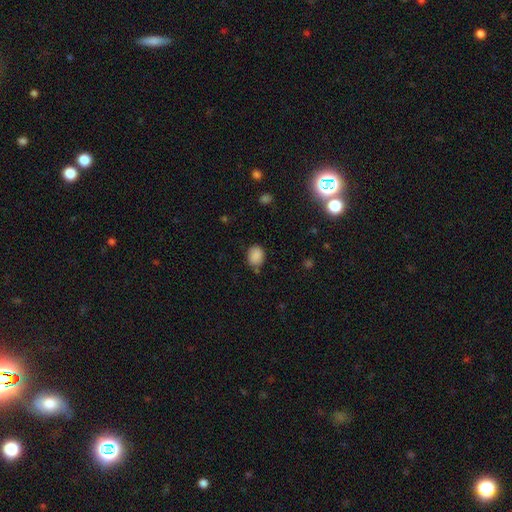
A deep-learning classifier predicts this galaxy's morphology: Smooth or featured: smooth — 86% (star or artifact — 10%)
How rounded: in between — 54% (round — 45%)
Merging: none — 75% (minor disturbance — 17%)